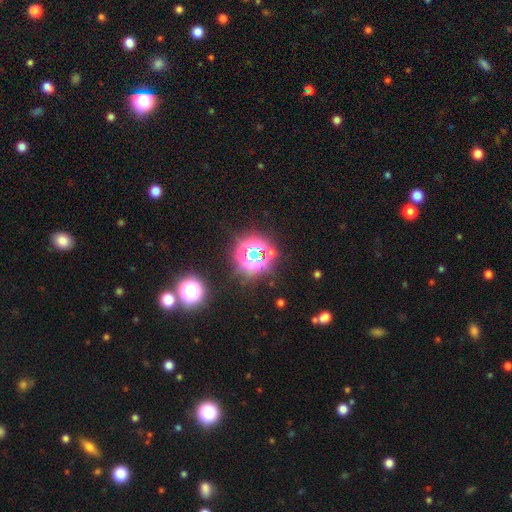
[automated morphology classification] This is likely a star or artifact rather than a galaxy (64%).